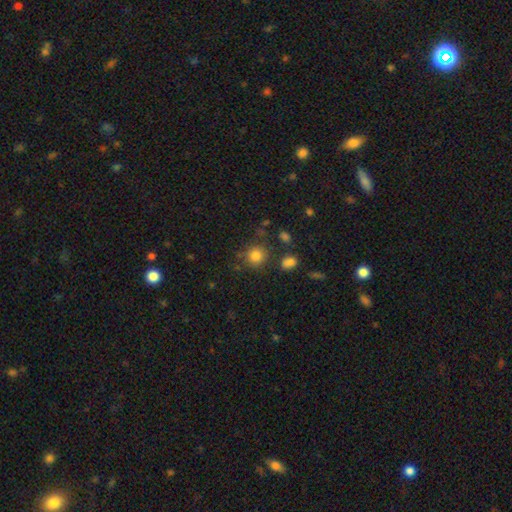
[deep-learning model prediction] Q: Smooth or featured?
A: smooth (82%); runner-up: star or artifact (12%)
Q: How rounded?
A: round (89%); runner-up: in between (10%)
Q: Merging?
A: none (77%); runner-up: minor disturbance (12%)